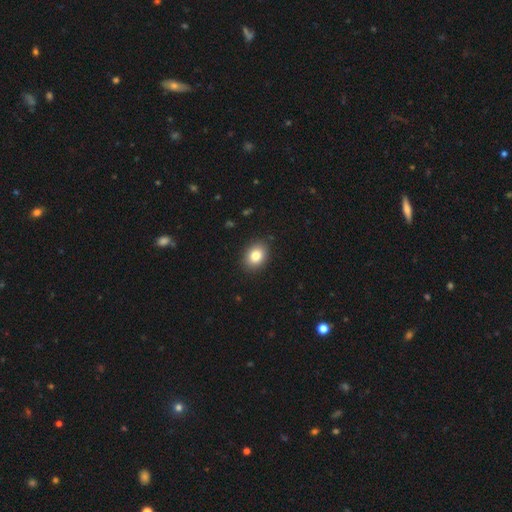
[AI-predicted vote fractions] smooth 83%, star or artifact 9%, featured or disk 8%. Down the decision tree: how rounded — in between (63%); merging — none (89%).